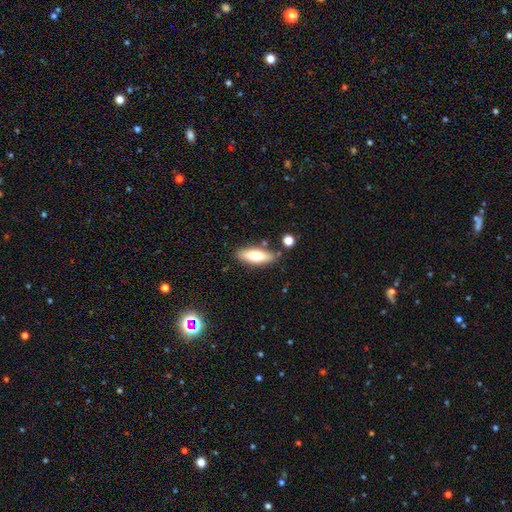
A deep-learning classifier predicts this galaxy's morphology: smooth 69%, featured or disk 25%, star or artifact 6%. Down the decision tree: how rounded — in between (61%); merging — none (82%).